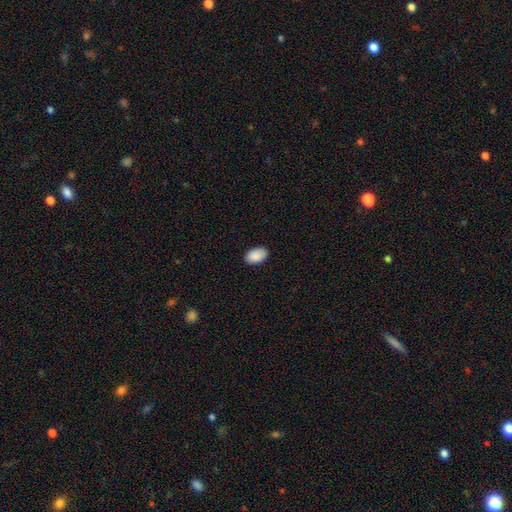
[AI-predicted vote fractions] This appears to be a smooth galaxy with no disk features (90%) that is in between round and cigar-shaped (93%). Merging: none (88%).